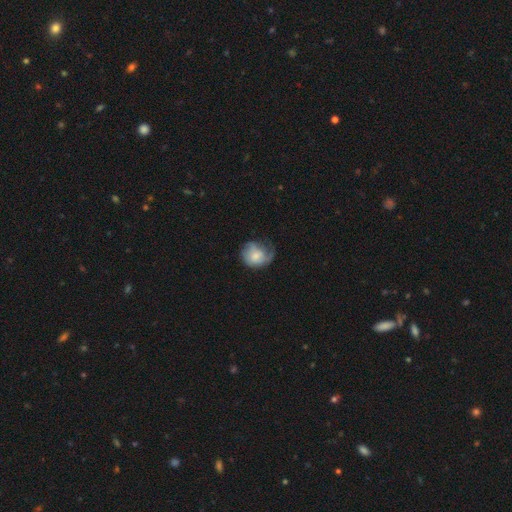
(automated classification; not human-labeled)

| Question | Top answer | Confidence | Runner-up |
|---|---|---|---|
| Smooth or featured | smooth | 51% | featured or disk (42%) |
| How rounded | round | 64% | in between (35%) |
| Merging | none | 37% | major disturbance (32%) |